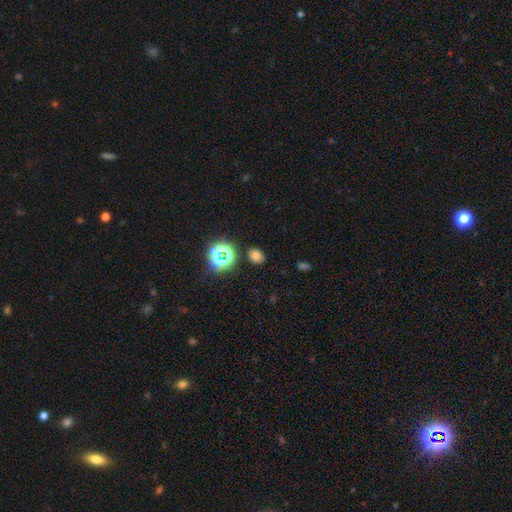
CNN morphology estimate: Q: Smooth or featured?
A: smooth (72%); runner-up: star or artifact (21%)
Q: How rounded?
A: in between (56%); runner-up: round (43%)
Q: Merging?
A: none (85%); runner-up: minor disturbance (9%)